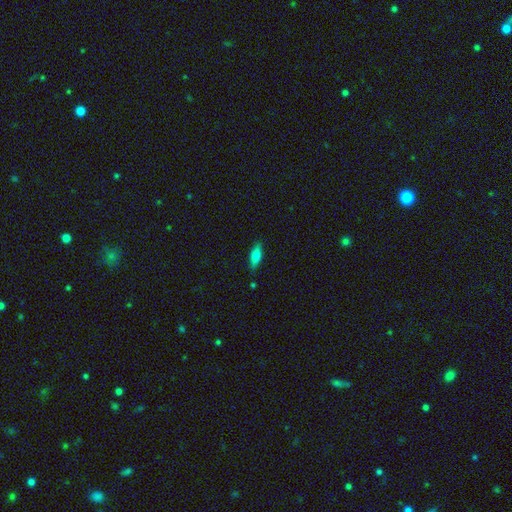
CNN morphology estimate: This is likely a smooth galaxy (72%). How rounded: possibly in between (55%). Merging: clearly none (81%).